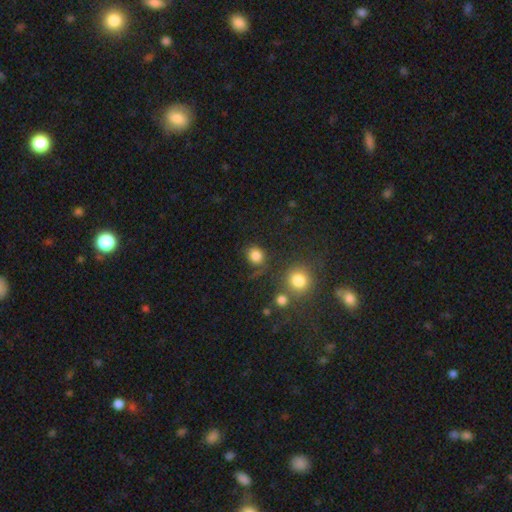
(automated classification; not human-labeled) Smooth or featured? smooth (83%)
How rounded? round (79%)
Merging? none (69%)